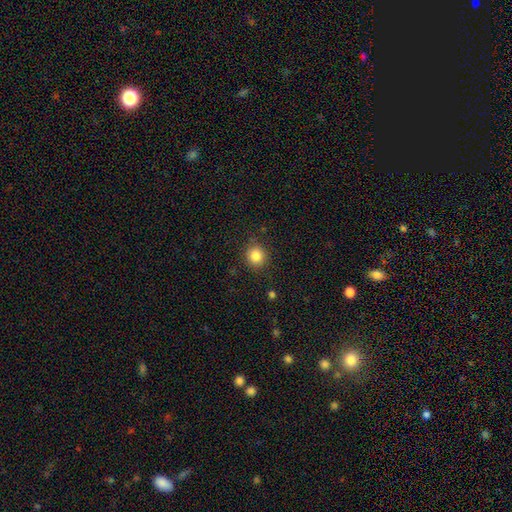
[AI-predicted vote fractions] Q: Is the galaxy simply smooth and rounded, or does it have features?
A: smooth — 84%.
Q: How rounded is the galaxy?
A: round — 88%.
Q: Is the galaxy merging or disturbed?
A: none — 87%.